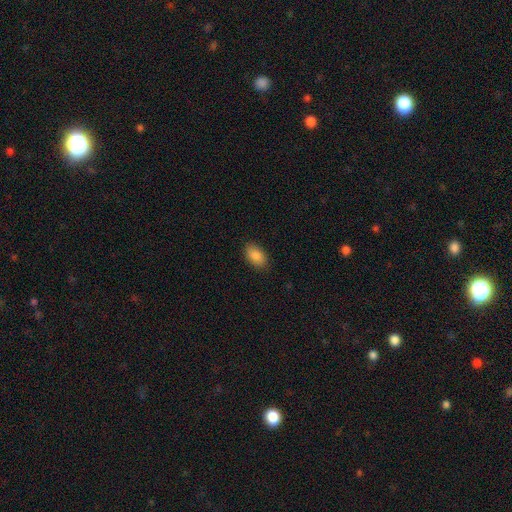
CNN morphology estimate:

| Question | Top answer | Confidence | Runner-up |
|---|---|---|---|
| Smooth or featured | smooth | 88% | star or artifact (7%) |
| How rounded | in between | 92% | round (6%) |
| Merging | none | 87% | minor disturbance (9%) |